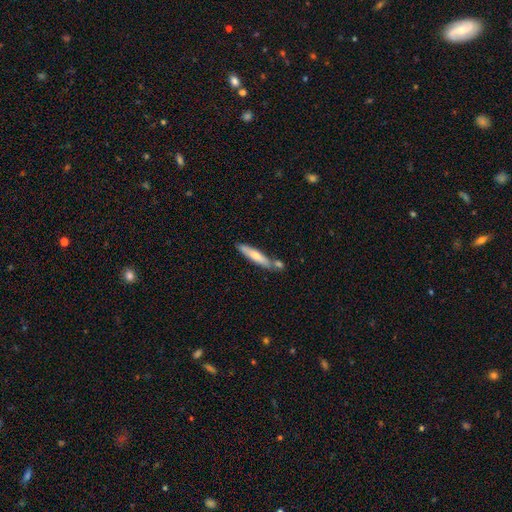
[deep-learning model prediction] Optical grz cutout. It shows a smooth galaxy with no disk features (65%) that is cigar-shaped (88%). Merging: none (64%).